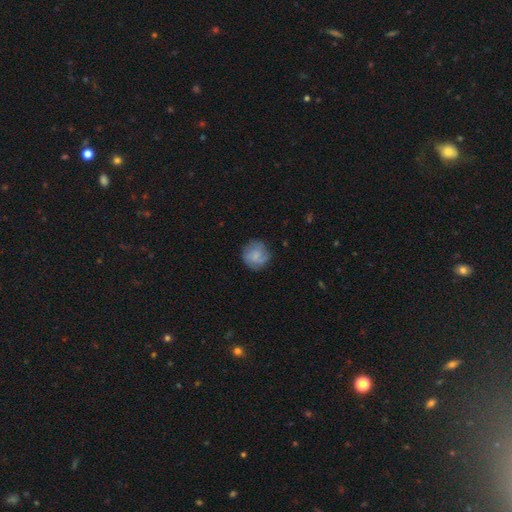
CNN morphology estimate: Q: Smooth or featured?
A: smooth (60%); runner-up: featured or disk (32%)
Q: How rounded?
A: round (89%); runner-up: in between (10%)
Q: Merging?
A: none (76%); runner-up: minor disturbance (17%)